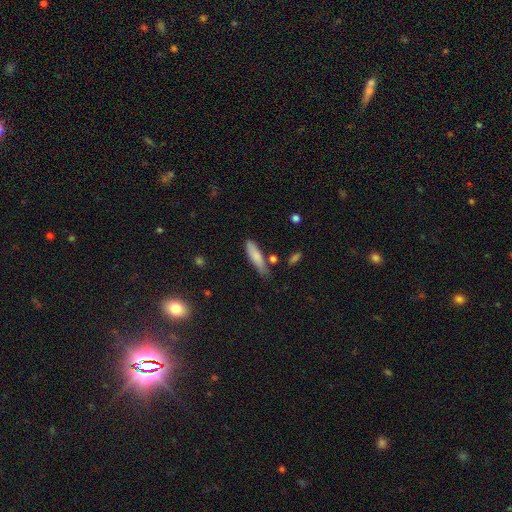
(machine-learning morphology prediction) Smooth or featured? smooth (82%)
How rounded? cigar-shaped (69%)
Merging? none (69%)